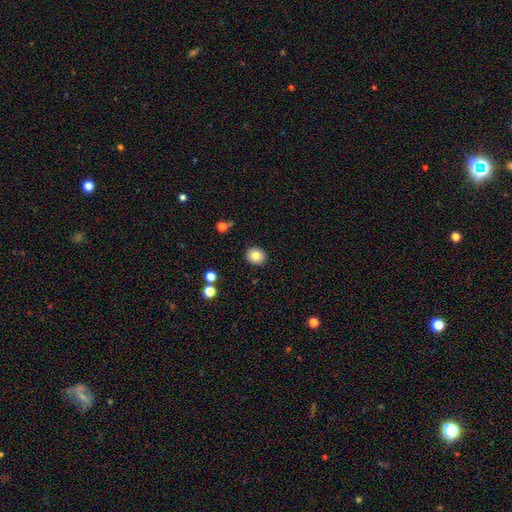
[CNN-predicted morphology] Smooth or featured?
  - smooth: 82% *
  - star or artifact: 10%
  - featured or disk: 8%
How rounded?
  - round: 78% *
  - in between: 21%
  - cigar-shaped: 1%
Merging?
  - none: 90% *
  - minor disturbance: 6%
  - major disturbance: 2%
  - merger: 1%